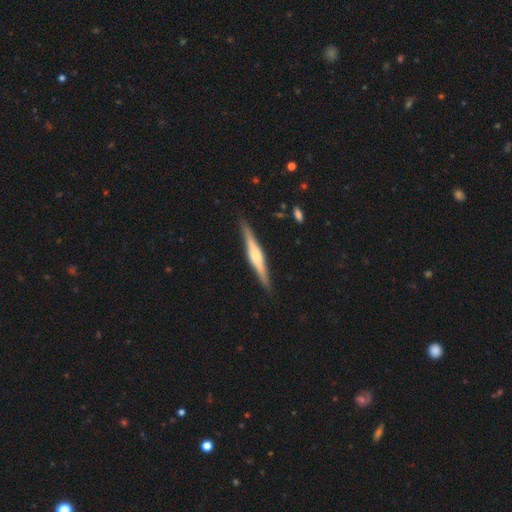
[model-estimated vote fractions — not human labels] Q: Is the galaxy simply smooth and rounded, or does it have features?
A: featured or disk — 73%.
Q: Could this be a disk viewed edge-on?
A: yes — 98%.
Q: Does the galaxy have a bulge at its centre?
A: rounded — 69%.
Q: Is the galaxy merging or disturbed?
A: none — 90%.